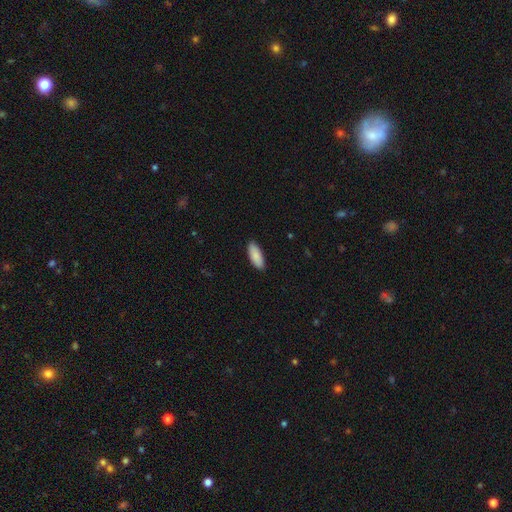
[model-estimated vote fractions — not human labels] smooth-or-featured: smooth: 88% | featured or disk: 6% | star or artifact: 5%
  how-rounded: in between: 79% | cigar-shaped: 19% | round: 2%
  merging: none: 89% | minor disturbance: 8% | major disturbance: 2% | merger: 1%